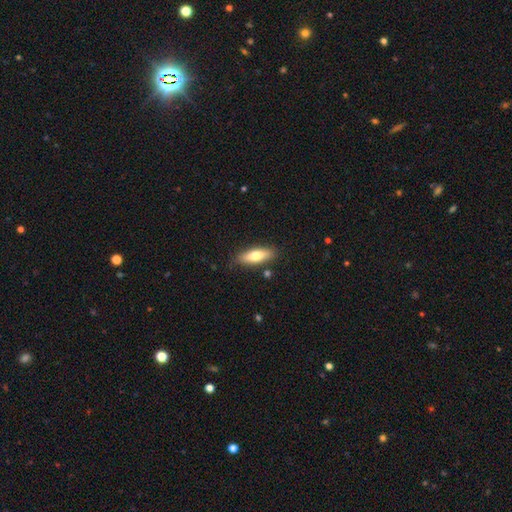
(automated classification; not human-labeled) Smooth or featured?
  - smooth: 69% *
  - featured or disk: 25%
  - star or artifact: 6%
How rounded?
  - in between: 55% *
  - cigar-shaped: 43%
  - round: 2%
Merging?
  - none: 83% *
  - minor disturbance: 12%
  - merger: 3%
  - major disturbance: 2%